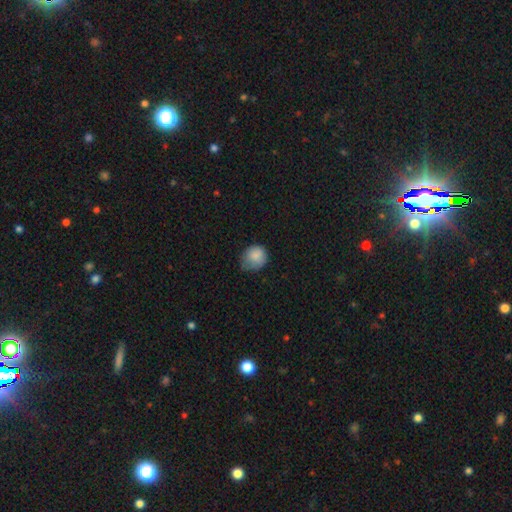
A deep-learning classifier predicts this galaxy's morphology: smooth-or-featured: smooth: 85% | star or artifact: 8% | featured or disk: 7%
  how-rounded: round: 72% | in between: 27% | cigar-shaped: 1%
  merging: none: 45% | minor disturbance: 41% | major disturbance: 13% | merger: 1%